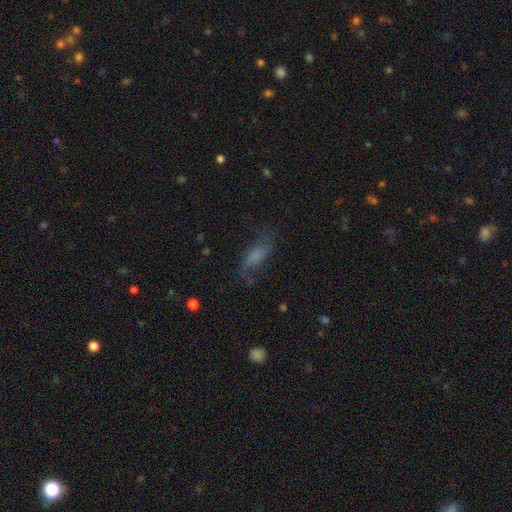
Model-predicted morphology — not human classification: Smooth or featured? Predicted: smooth (p=0.48). Merging? Predicted: none (p=0.57).